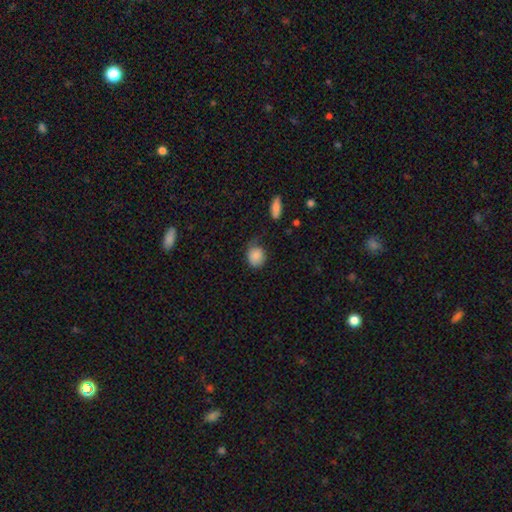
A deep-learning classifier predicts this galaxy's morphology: Smooth or featured? smooth (85%)
How rounded? round (65%)
Merging? none (55%)